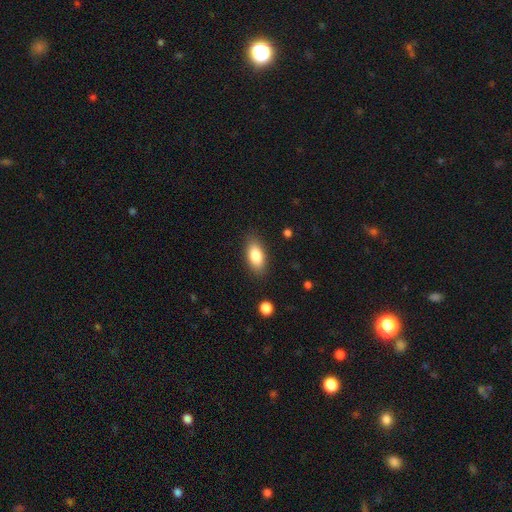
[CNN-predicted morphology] Smooth or featured?
  - smooth: 83% *
  - featured or disk: 10%
  - star or artifact: 7%
How rounded?
  - in between: 89% *
  - cigar-shaped: 8%
  - round: 3%
Merging?
  - none: 86% *
  - minor disturbance: 10%
  - major disturbance: 3%
  - merger: 1%